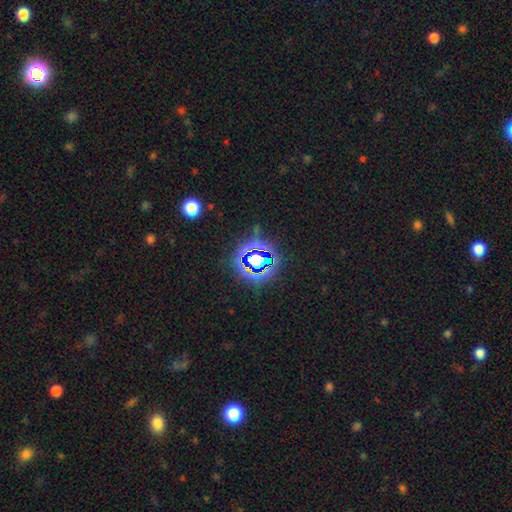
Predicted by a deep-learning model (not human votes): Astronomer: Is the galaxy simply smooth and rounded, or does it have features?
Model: star or artifact — 76%.